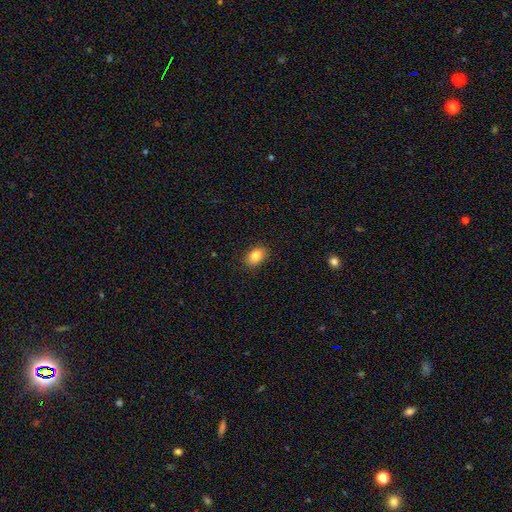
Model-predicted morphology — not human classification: smooth_or_featured: smooth (p=0.84) [alt: star or artifact p=0.09]
how_rounded: in between (p=0.82) [alt: round p=0.17]
merging: none (p=0.88) [alt: minor disturbance p=0.09]